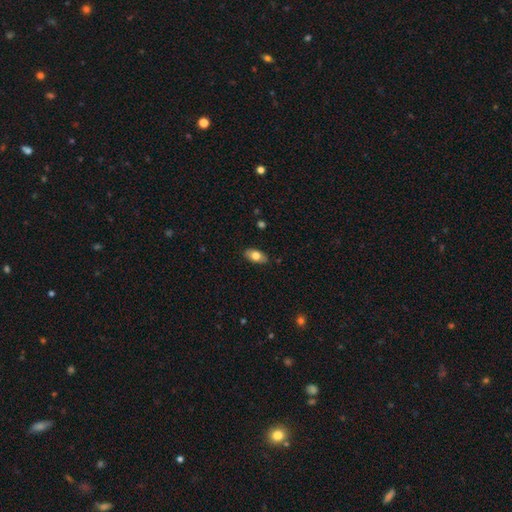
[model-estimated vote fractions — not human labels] smooth-or-featured: smooth: 74% | featured or disk: 20% | star or artifact: 7%
  how-rounded: in between: 91% | cigar-shaped: 5% | round: 4%
  merging: none: 86% | minor disturbance: 11% | major disturbance: 2% | merger: 1%